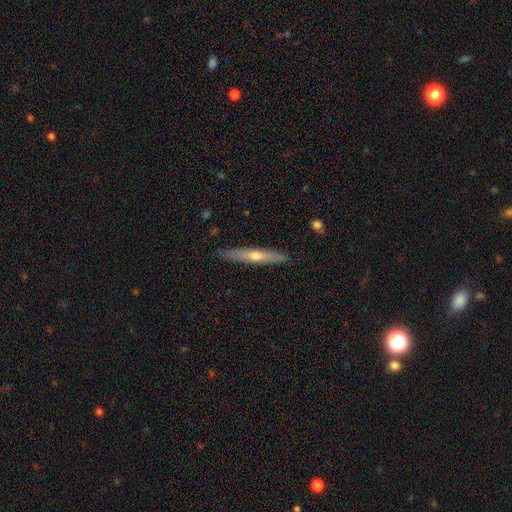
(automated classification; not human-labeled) smooth_or_featured: featured or disk (p=0.61) [alt: smooth p=0.33]
disk_edge_on: yes (p=0.92) [alt: no p=0.08]
edge_on_bulge: rounded (p=0.81) [alt: none p=0.17]
merging: none (p=0.90) [alt: minor disturbance p=0.08]